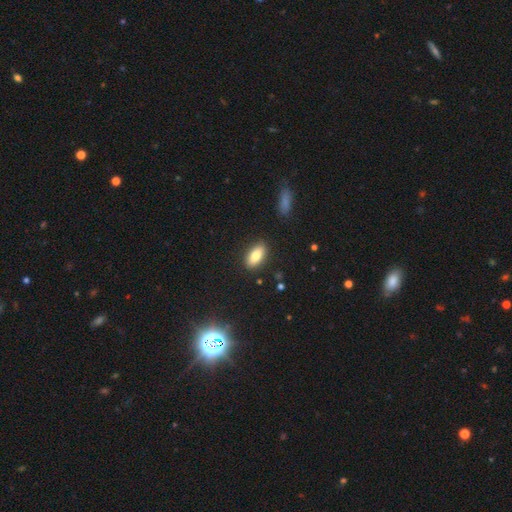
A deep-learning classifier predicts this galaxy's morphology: This is clearly a smooth galaxy (80%). How rounded: clearly in between (87%). Merging: clearly none (88%).